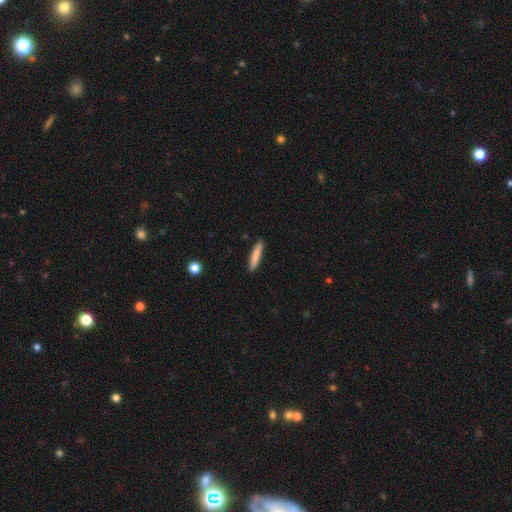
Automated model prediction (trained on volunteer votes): This is clearly a smooth galaxy (80%). How rounded: clearly cigar-shaped (92%). Merging: clearly none (90%).